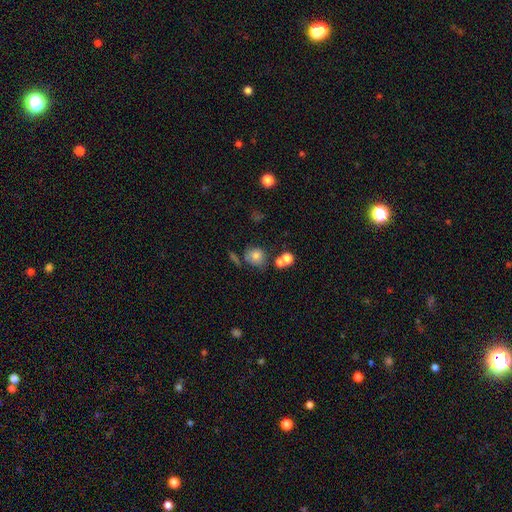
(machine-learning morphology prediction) A smooth galaxy with no disk features (76%) that is round (78%). Merging: none (58%).